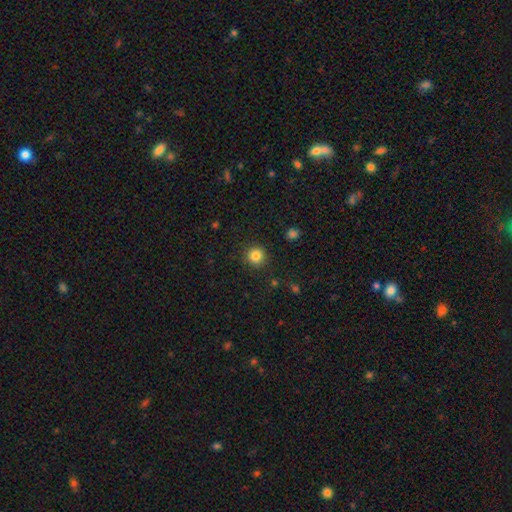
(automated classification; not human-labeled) Smooth or featured: smooth — 84% (star or artifact — 11%)
How rounded: round — 94% (in between — 5%)
Merging: none — 90% (minor disturbance — 6%)